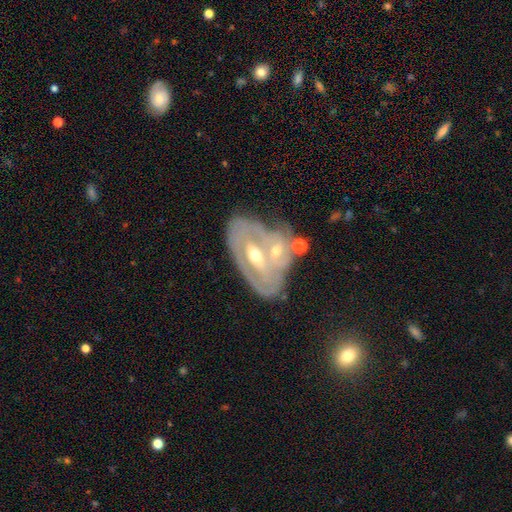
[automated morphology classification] A featured or disk galaxy (80%) with no bar (38%), tight (65%) spiral arms (72%) and a moderate central bulge (61%). Merging: merger (39%).